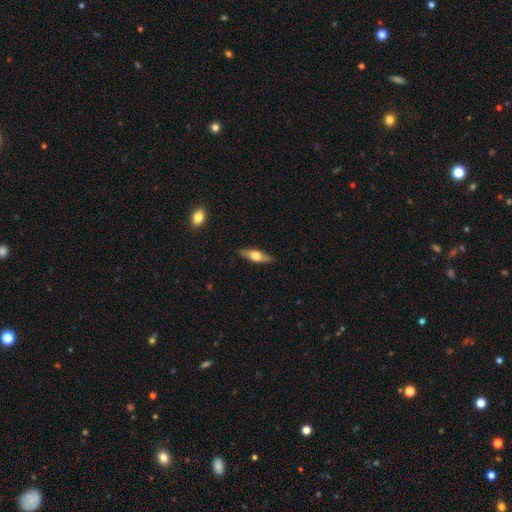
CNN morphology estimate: A smooth galaxy with no disk features (52%) that is cigar-shaped (53%).

Vote fractions:
- Smooth or featured? smooth: 52% / featured or disk: 42% / star or artifact: 6%
- How rounded? cigar-shaped: 53% / in between: 44% / round: 3%
- Merging? none: 87% / minor disturbance: 10% / major disturbance: 2% / merger: 1%